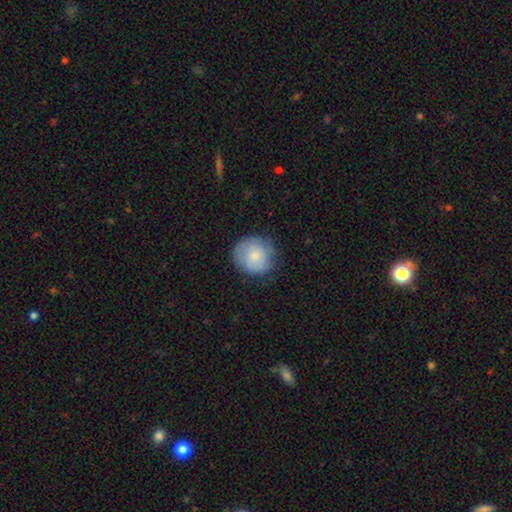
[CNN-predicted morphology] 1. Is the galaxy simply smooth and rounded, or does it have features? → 69% smooth, 24% featured or disk, 7% star or artifact.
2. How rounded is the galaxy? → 90% round, 9% in between, 1% cigar-shaped.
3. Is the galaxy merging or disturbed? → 77% none, 18% minor disturbance, 4% major disturbance, 1% merger.